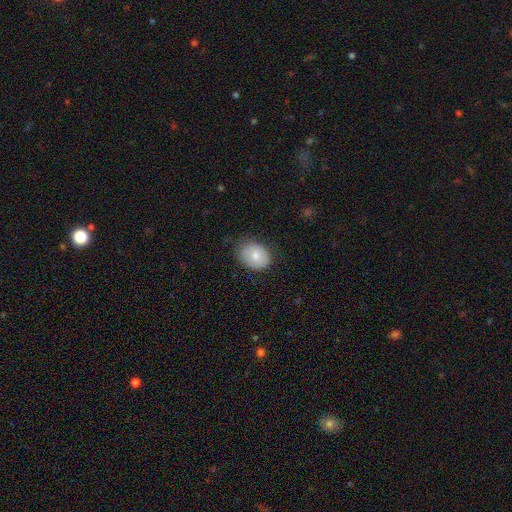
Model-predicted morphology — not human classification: type=smooth (74%); roundness=in between (59%); merging=none (73%).